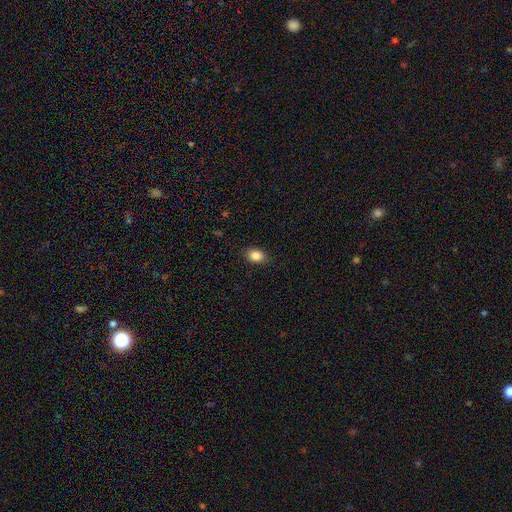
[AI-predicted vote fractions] Smooth or featured: smooth — 86% (star or artifact — 9%)
How rounded: in between — 75% (round — 24%)
Merging: none — 86% (minor disturbance — 11%)